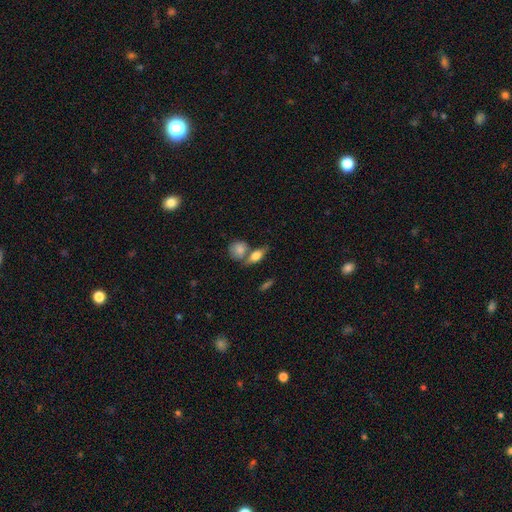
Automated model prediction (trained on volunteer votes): Q: Smooth or featured?
A: smooth (65%); runner-up: featured or disk (27%)
Q: How rounded?
A: in between (65%); runner-up: round (18%)
Q: Merging?
A: none (53%); runner-up: merger (30%)